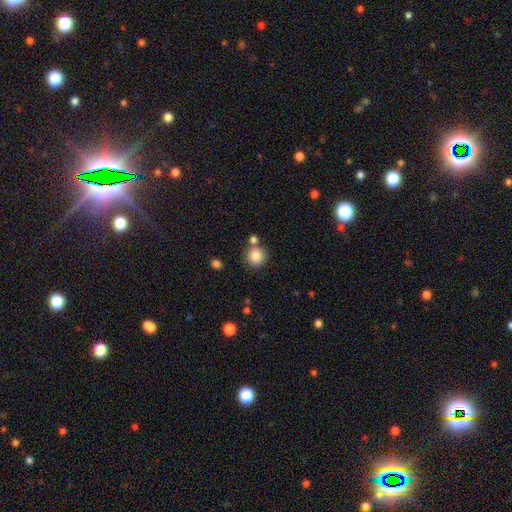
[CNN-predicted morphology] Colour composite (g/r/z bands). It shows a smooth galaxy with no disk features (85%) that is round (92%). Merging: none (73%).